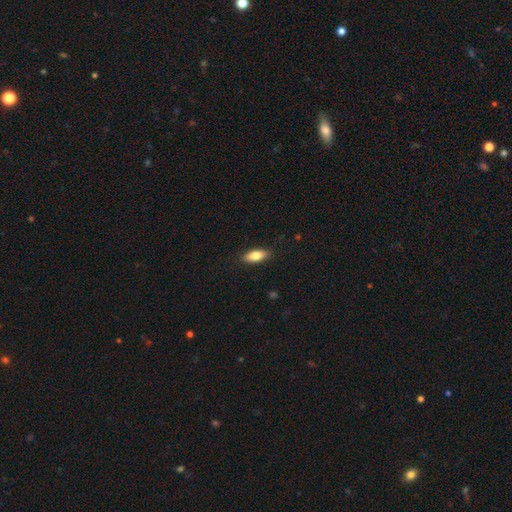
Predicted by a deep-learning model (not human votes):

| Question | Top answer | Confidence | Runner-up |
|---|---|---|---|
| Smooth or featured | smooth | 77% | featured or disk (17%) |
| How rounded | in between | 74% | cigar-shaped (23%) |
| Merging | none | 87% | minor disturbance (10%) |